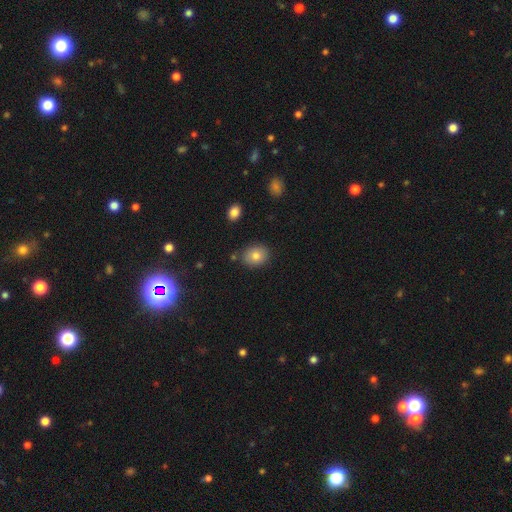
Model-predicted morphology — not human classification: smooth_or_featured: smooth (p=0.80) [alt: featured or disk p=0.10]
how_rounded: in between (p=0.52) [alt: round p=0.47]
merging: none (p=0.83) [alt: minor disturbance p=0.11]